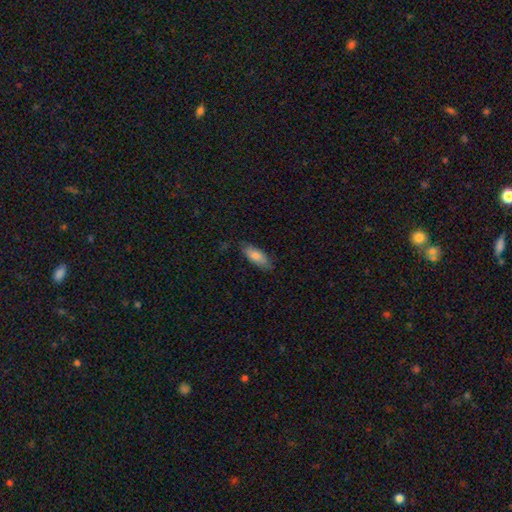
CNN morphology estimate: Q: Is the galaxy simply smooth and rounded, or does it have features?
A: smooth — 82%.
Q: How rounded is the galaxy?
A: in between — 77%.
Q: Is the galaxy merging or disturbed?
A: none — 78%.